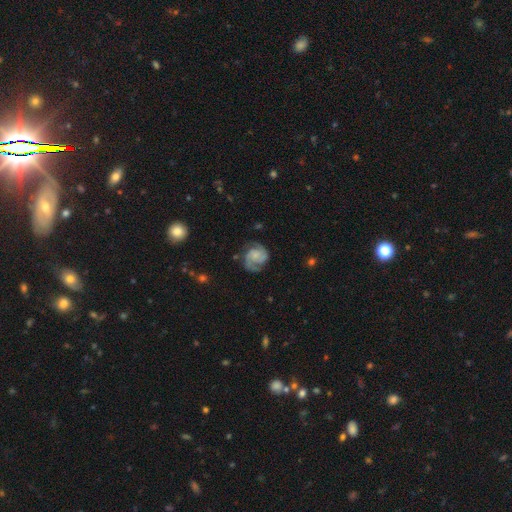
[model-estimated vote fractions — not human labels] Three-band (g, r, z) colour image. It shows a featured or disk galaxy (77%) with no bar (66%), 2 (69%) medium (44%) spiral arms (95%) and a small central bulge (42%). Merging: none (68%).